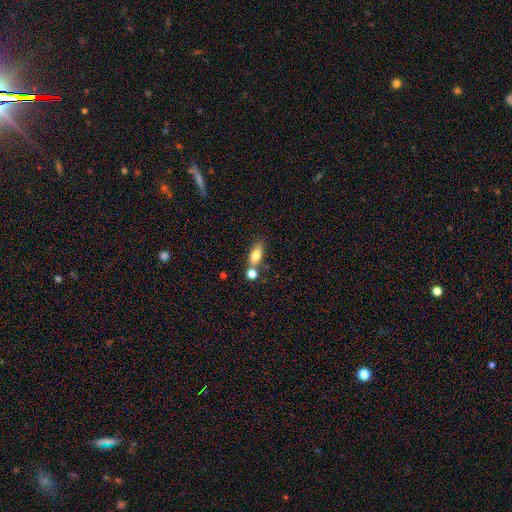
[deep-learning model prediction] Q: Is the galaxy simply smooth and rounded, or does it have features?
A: smooth — 74%.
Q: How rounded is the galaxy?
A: in between — 74%.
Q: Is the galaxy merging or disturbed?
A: none — 52%.